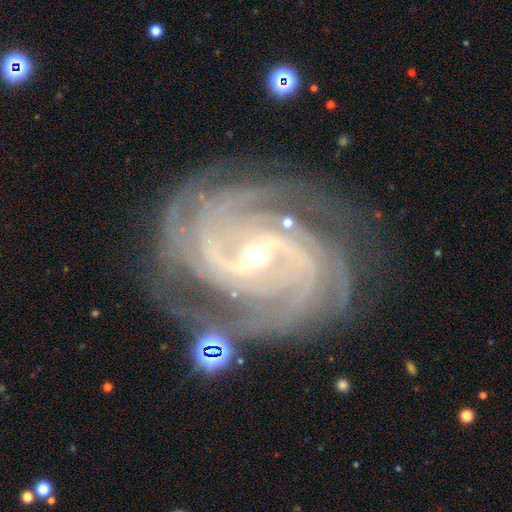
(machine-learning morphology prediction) featured or disk 93%, star or artifact 5%, smooth 3%. Down the decision tree: edge-on disk — no (97%); bar — strong (44%); spiral arms — yes (99%); spiral arm count — 4 (30%); spiral winding — tight (67%); bulge size — small (57%); merging — none (76%).